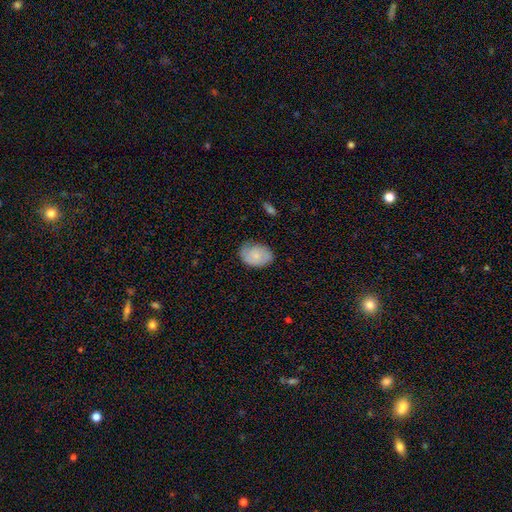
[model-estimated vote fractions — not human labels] A smooth galaxy with no disk features (71%) that is in between round and cigar-shaped (74%).

Vote fractions:
- Smooth or featured? smooth: 71% / featured or disk: 22% / star or artifact: 7%
- How rounded? in between: 74% / round: 25% / cigar-shaped: 1%
- Merging? none: 68% / minor disturbance: 25% / major disturbance: 6% / merger: 1%